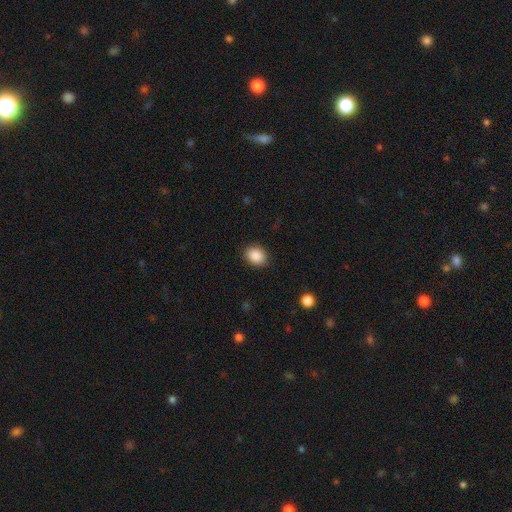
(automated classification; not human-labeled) smooth_or_featured: smooth (p=0.89) [alt: star or artifact p=0.08]
how_rounded: in between (p=0.55) [alt: round p=0.44]
merging: none (p=0.88) [alt: minor disturbance p=0.08]